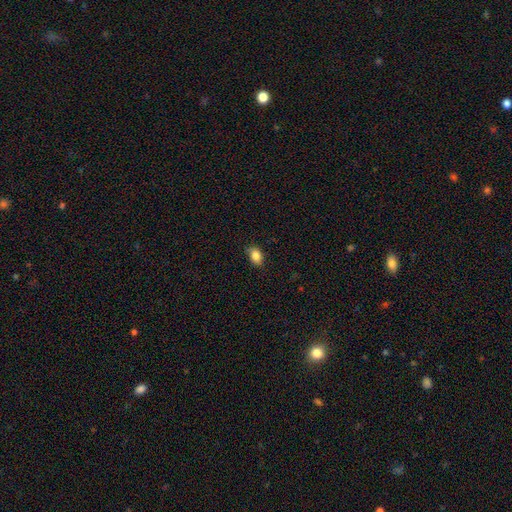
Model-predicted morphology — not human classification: smooth 85%, star or artifact 9%, featured or disk 6%. Down the decision tree: how rounded — in between (80%); merging — none (78%).